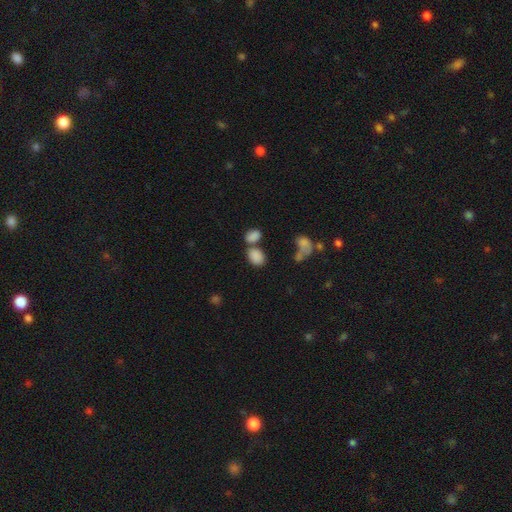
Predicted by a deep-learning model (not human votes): A smooth galaxy with no disk features (82%) that is in between round and cigar-shaped (73%).

Vote fractions:
- Smooth or featured? smooth: 82% / star or artifact: 10% / featured or disk: 7%
- How rounded? in between: 73% / round: 25% / cigar-shaped: 2%
- Merging? none: 46% / merger: 36% / minor disturbance: 12% / major disturbance: 7%